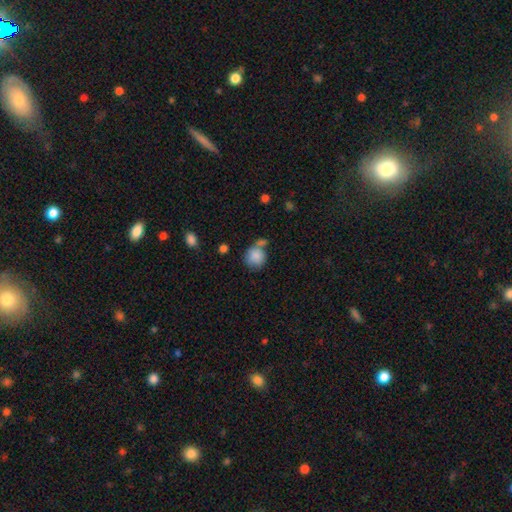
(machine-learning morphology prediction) This is clearly a smooth galaxy (86%). How rounded: clearly round (83%). Merging: possibly none (51%).